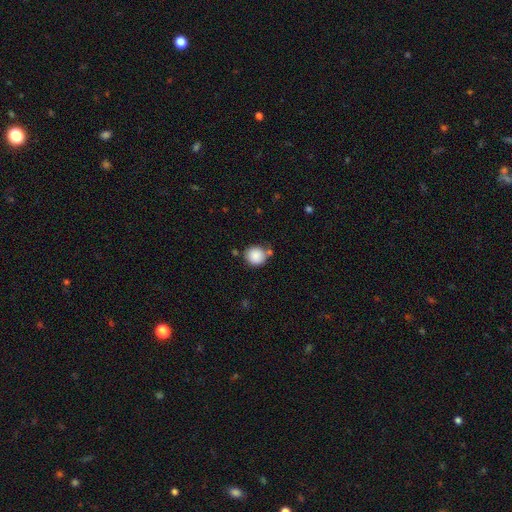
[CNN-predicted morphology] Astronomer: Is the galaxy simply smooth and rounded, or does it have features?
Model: smooth — 87%.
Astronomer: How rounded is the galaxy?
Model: round — 91%.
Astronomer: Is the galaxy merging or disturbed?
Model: none — 73%.